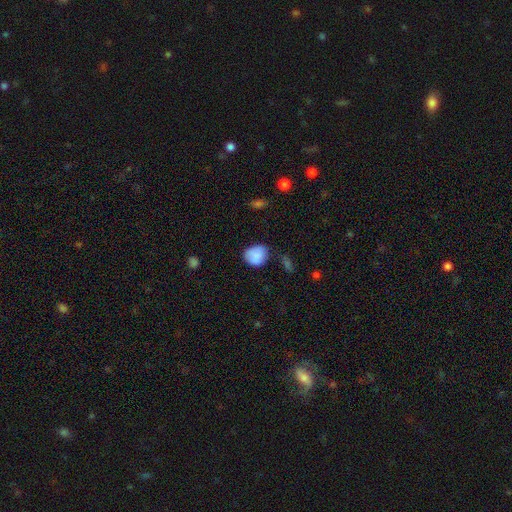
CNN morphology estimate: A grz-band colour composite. It shows a smooth galaxy with no disk features (84%) that is round (58%). Merging: none (52%).